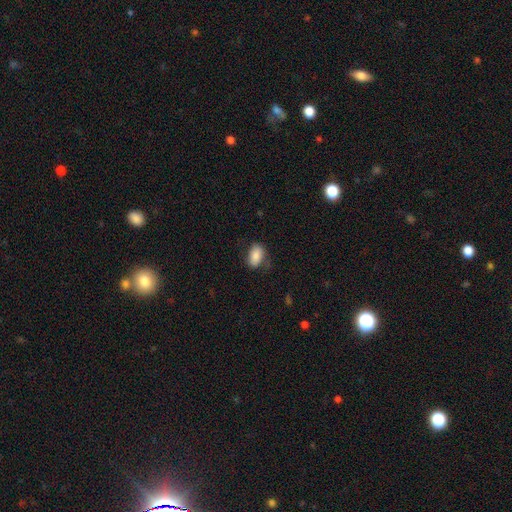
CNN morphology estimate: smooth 84%, featured or disk 9%, star or artifact 7%. Down the decision tree: how rounded — in between (90%); merging — none (68%).